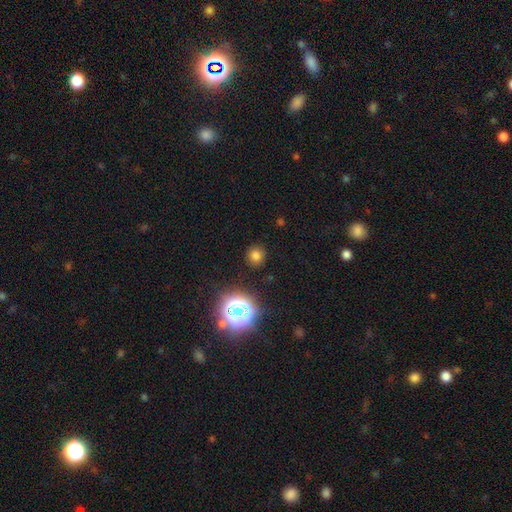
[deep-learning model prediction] Smooth or featured? Predicted: smooth (p=0.73). How rounded? Predicted: round (p=0.90). Merging? Predicted: none (p=0.88).